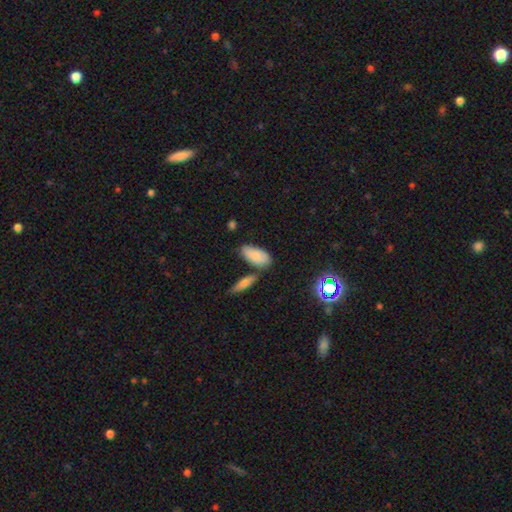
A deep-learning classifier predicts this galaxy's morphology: This appears to be a smooth galaxy with no disk features (81%) that is in between round and cigar-shaped (88%). Merging: none (62%).